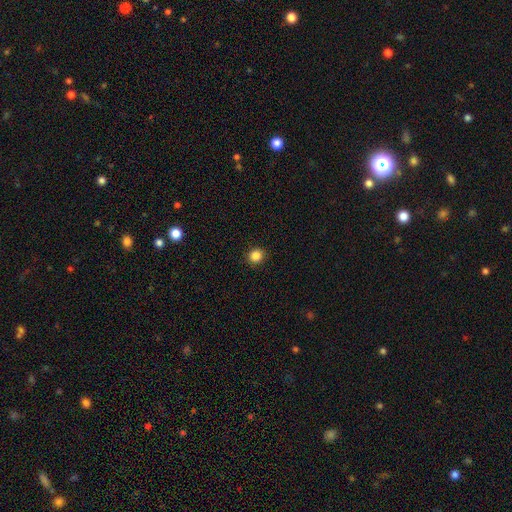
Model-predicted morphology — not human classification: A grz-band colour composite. It shows a smooth galaxy with no disk features (85%) that is round (91%). Merging: none (92%).